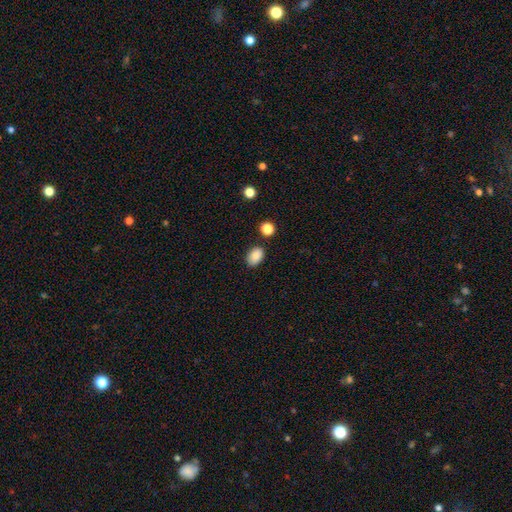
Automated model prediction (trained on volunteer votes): Smooth or featured: smooth — 86% (star or artifact — 9%)
How rounded: in between — 82% (round — 17%)
Merging: none — 82% (minor disturbance — 12%)